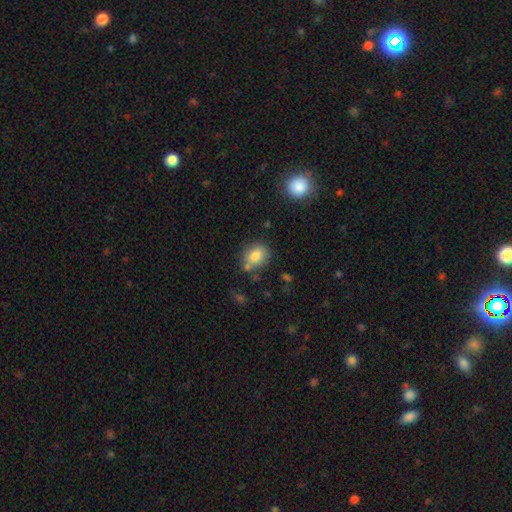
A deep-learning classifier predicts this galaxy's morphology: Smooth or featured? Predicted: smooth (p=0.82). How rounded? Predicted: round (p=0.52). Merging? Predicted: none (p=0.71).